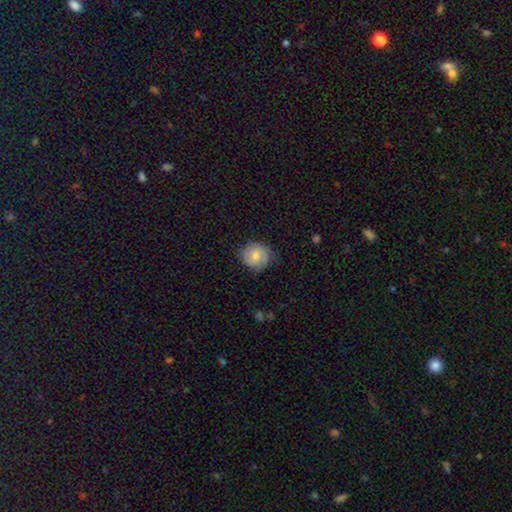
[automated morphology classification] smooth 65%, featured or disk 28%, star or artifact 7%. Down the decision tree: how rounded — round (86%); merging — none (73%).